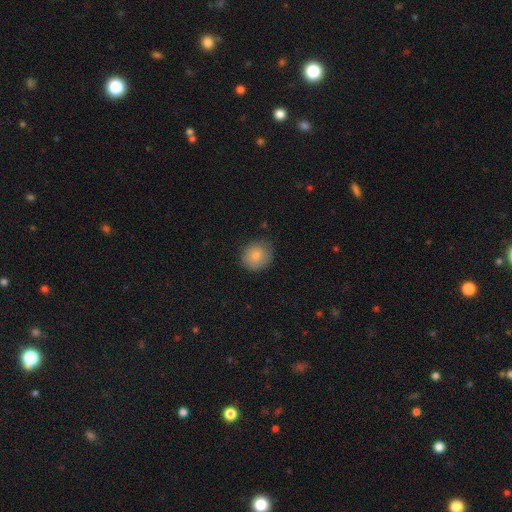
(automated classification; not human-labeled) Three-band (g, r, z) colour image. It shows a smooth galaxy with no disk features (82%) that is round (84%). Merging: none (77%).